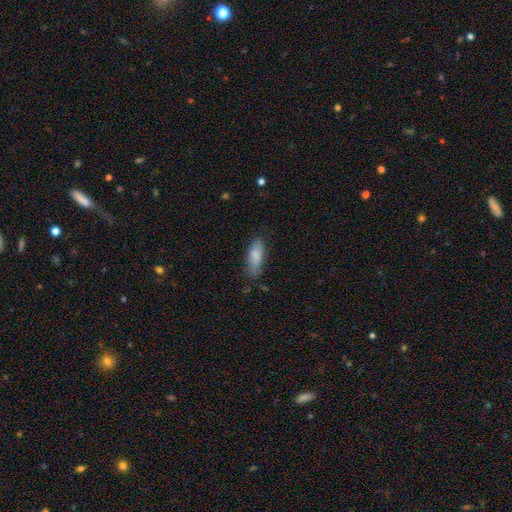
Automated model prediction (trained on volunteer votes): smooth-or-featured: smooth: 82% | featured or disk: 12% | star or artifact: 6%
  how-rounded: in between: 72% | cigar-shaped: 26% | round: 2%
  merging: none: 72% | minor disturbance: 22% | major disturbance: 5% | merger: 2%